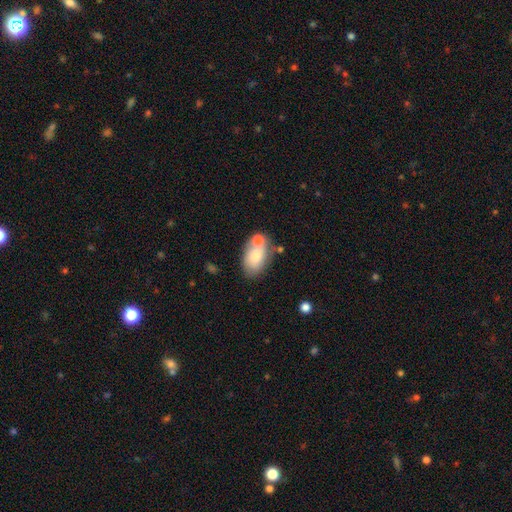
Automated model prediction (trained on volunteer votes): Smooth or featured: smooth — 73% (featured or disk — 20%)
How rounded: in between — 91% (round — 8%)
Merging: none — 49% (merger — 26%)